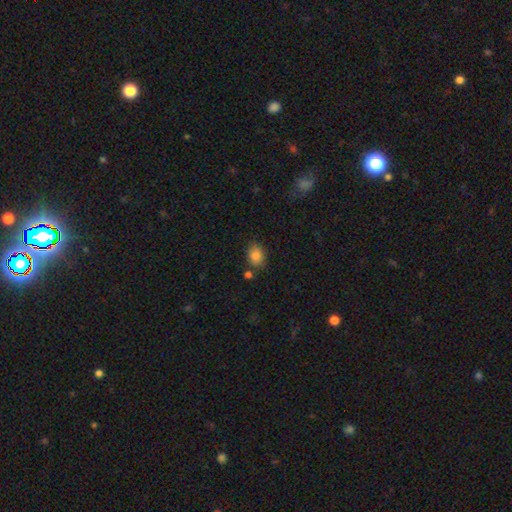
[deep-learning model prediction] Overall: smooth (85%). How rounded: in between (69%; round 30%). Merging: none (75%).